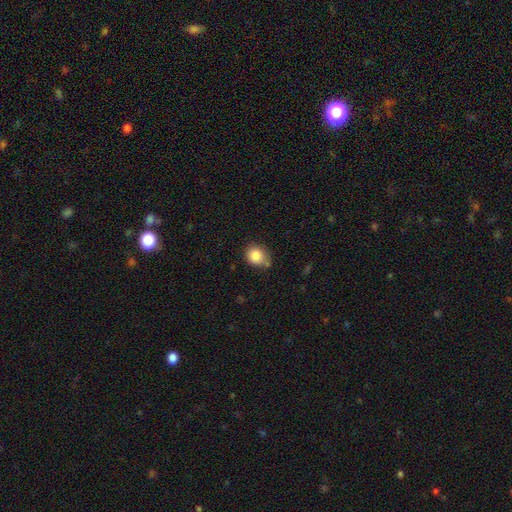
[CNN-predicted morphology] Smooth or featured?
  - smooth: 85% *
  - star or artifact: 9%
  - featured or disk: 6%
How rounded?
  - round: 66% *
  - in between: 33%
  - cigar-shaped: 1%
Merging?
  - none: 61% *
  - minor disturbance: 26%
  - merger: 7%
  - major disturbance: 5%